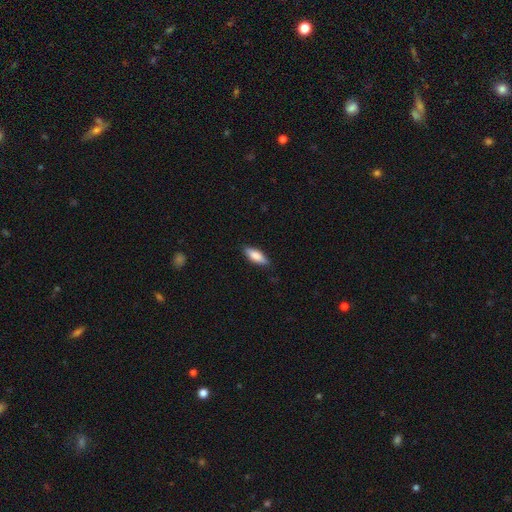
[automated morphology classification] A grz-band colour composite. It shows a smooth galaxy with no disk features (80%) that is in between round and cigar-shaped (67%). Merging: none (84%).